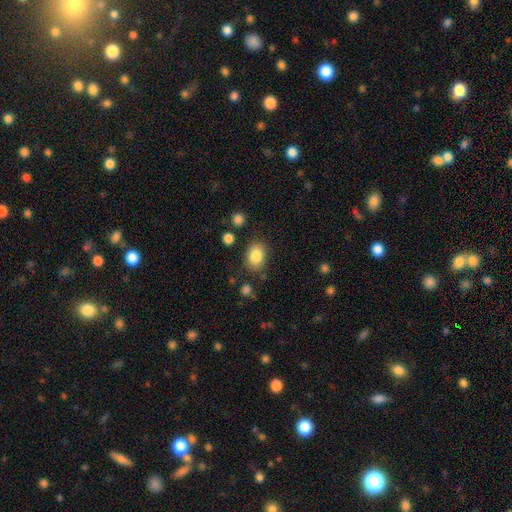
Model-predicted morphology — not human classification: Smooth or featured? smooth (85%)
How rounded? in between (72%)
Merging? none (81%)